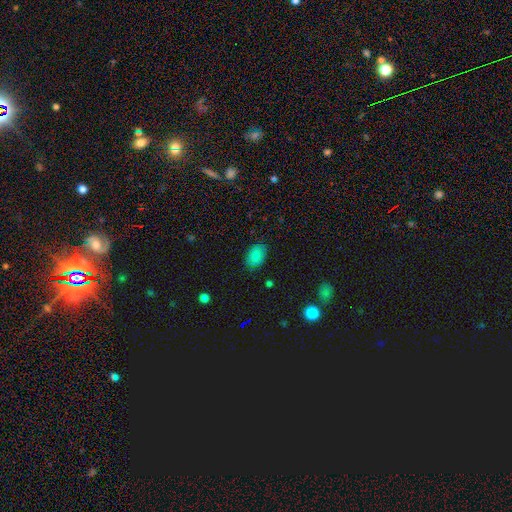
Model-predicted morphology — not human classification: This is clearly a smooth galaxy (85%). How rounded: clearly in between (87%). Merging: clearly none (84%).